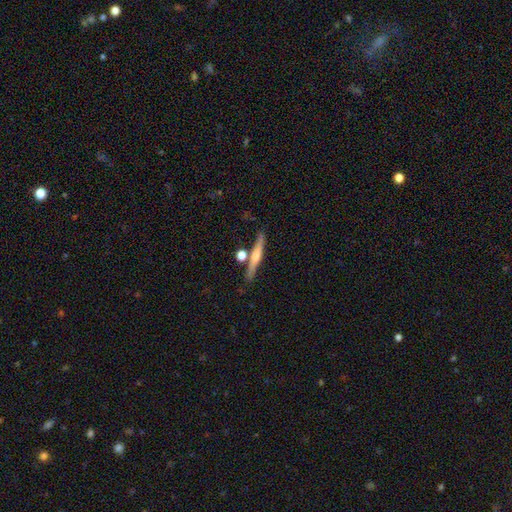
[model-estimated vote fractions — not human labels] Morphology: type=featured or disk (53%); edge-on=yes (94%); merging=none (74%).